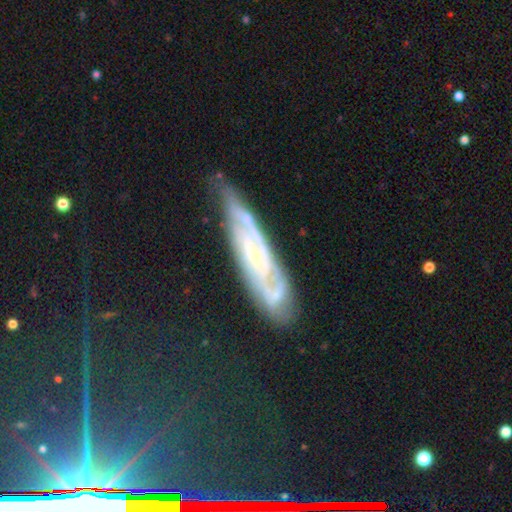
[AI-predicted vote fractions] The model was most divided on "spiral arm count": can't tell: 41%, 2: 33%, 3: 13%, 4: 5%, 1: 5%, more than 4: 4%. More confident: spiral arms — yes (92%); smooth or featured — featured or disk (78%); bulge size — small (76%); edge-on disk — no (73%); merging — none (64%); spiral winding — tight (63%); bar — no (55%).